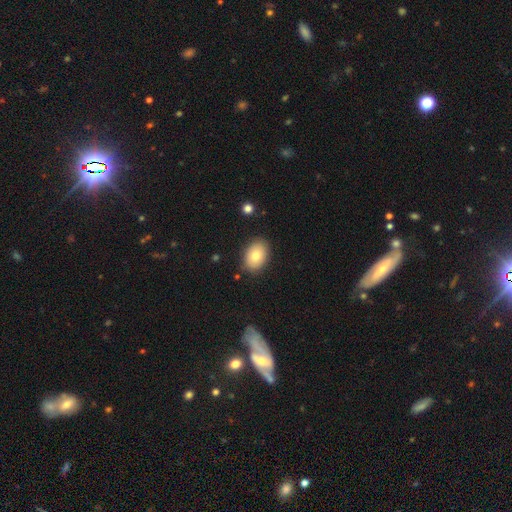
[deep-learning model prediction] This appears to be a smooth galaxy with no disk features (80%) that is in between round and cigar-shaped (81%). Merging: none (86%).